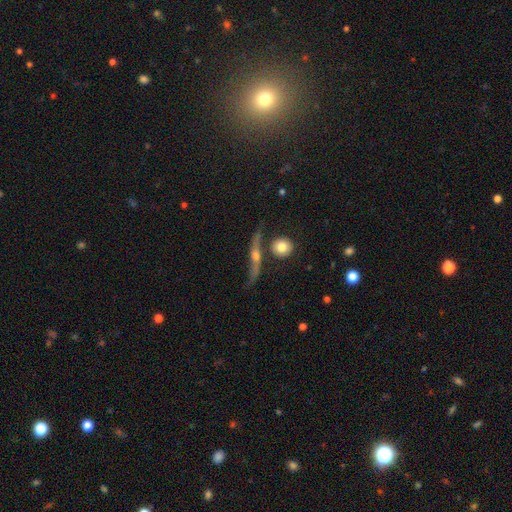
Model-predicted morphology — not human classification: smooth-or-featured: featured or disk: 72% | smooth: 17% | star or artifact: 10%
  disk-edge-on: yes: 77% | no: 23%
    edge-on-bulge: rounded: 88% | none: 8% | boxy: 5%
  merging: none: 64% | minor disturbance: 16% | merger: 12% | major disturbance: 8%